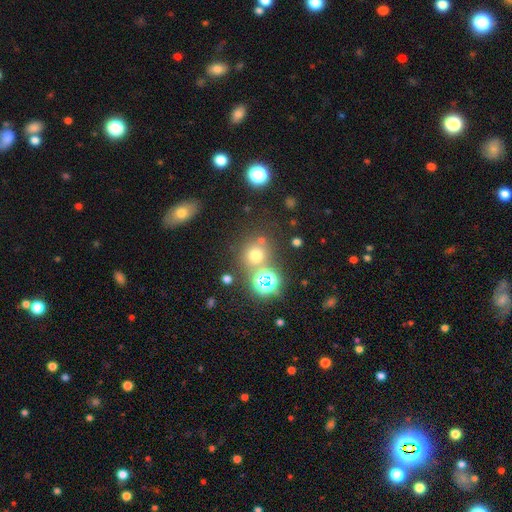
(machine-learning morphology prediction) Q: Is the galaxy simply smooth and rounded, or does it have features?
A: smooth — 61%.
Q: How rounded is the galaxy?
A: round — 88%.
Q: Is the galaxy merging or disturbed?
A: none — 70%.